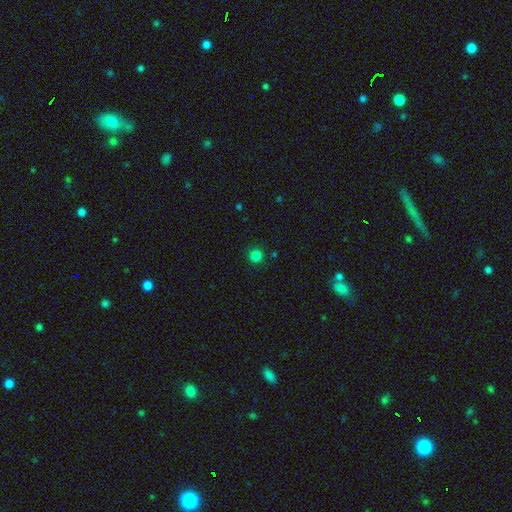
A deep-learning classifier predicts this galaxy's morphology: Q: Smooth or featured?
A: smooth (82%); runner-up: star or artifact (15%)
Q: How rounded?
A: round (95%); runner-up: in between (4%)
Q: Merging?
A: none (90%); runner-up: minor disturbance (6%)